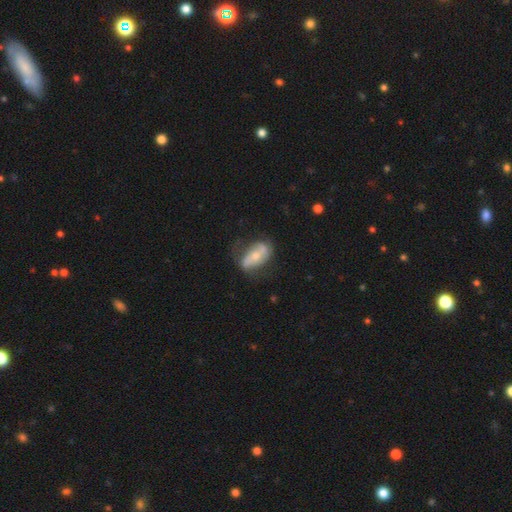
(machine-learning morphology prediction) A featured or disk galaxy (58%) with no bar (47%), spiral arms (62%) and a moderate central bulge (52%). Merging: none (59%).